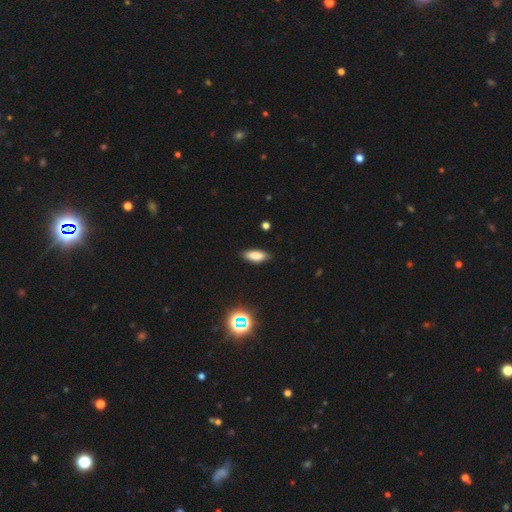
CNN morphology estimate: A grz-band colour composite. It shows a smooth galaxy with no disk features (82%) that is in between round and cigar-shaped (75%). Merging: none (86%).